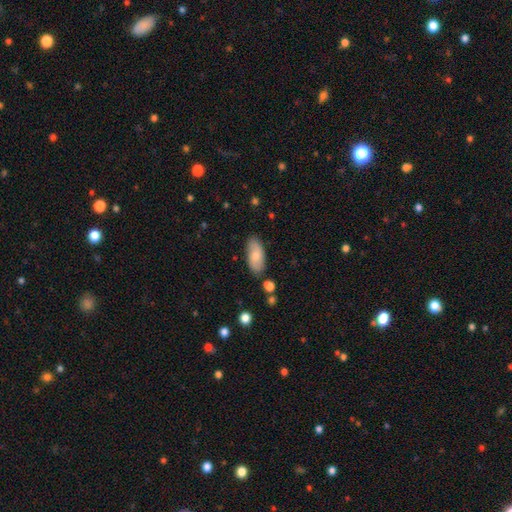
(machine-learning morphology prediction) Smooth or featured? Predicted: smooth (p=0.72). How rounded? Predicted: in between (p=0.90). Merging? Predicted: none (p=0.82).